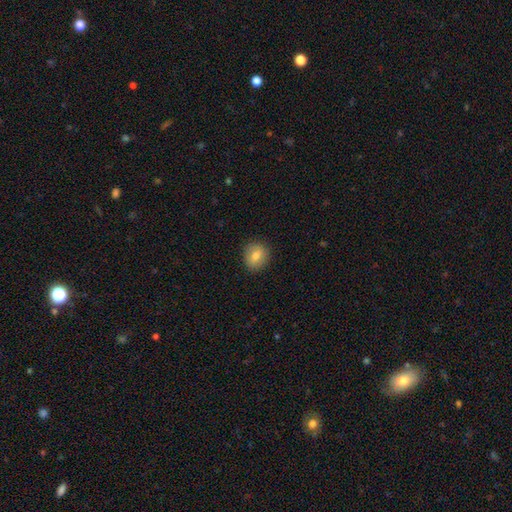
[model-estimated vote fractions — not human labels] Smooth or featured? Predicted: smooth (p=0.77). How rounded? Predicted: round (p=0.82). Merging? Predicted: none (p=0.90).